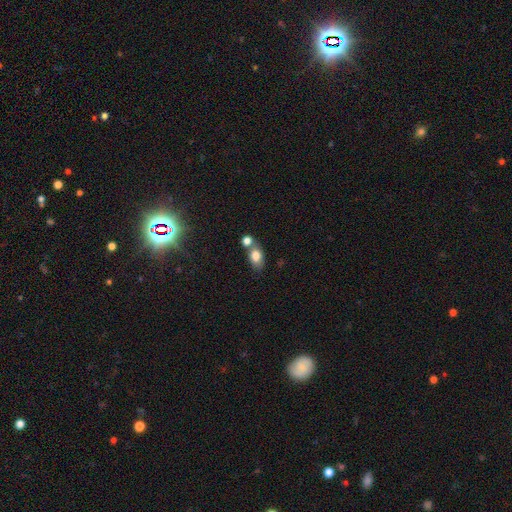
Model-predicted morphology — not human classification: This is likely a smooth galaxy (79%). How rounded: likely in between (79%). Merging: possibly none (50%).